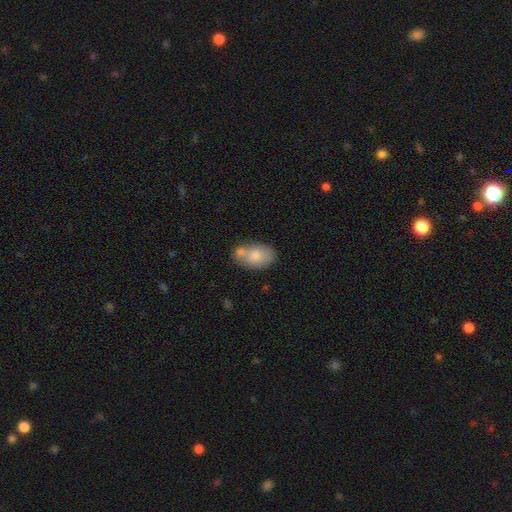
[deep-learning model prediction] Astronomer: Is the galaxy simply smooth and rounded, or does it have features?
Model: smooth — 76%.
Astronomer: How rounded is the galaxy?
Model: in between — 89%.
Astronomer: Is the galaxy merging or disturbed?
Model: none — 51%.